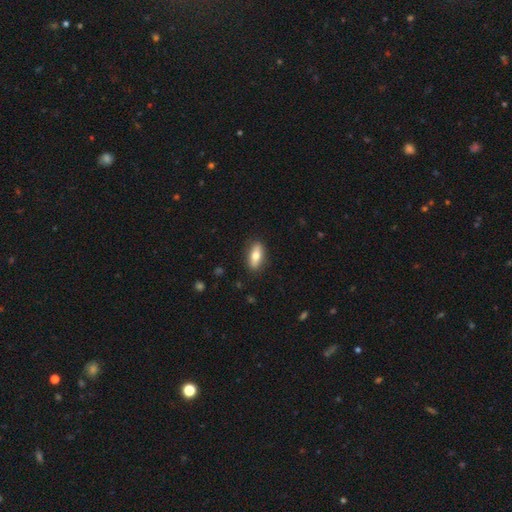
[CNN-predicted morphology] This appears to be a smooth galaxy with no disk features (68%) that is in between round and cigar-shaped (76%). Merging: none (86%).